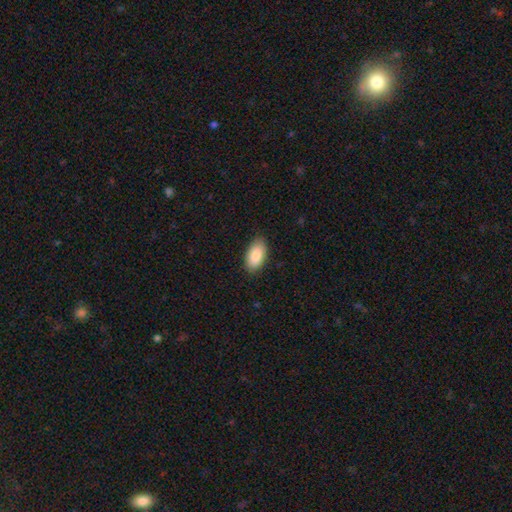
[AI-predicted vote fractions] Smooth or featured?
  - smooth: 88% *
  - featured or disk: 6%
  - star or artifact: 6%
How rounded?
  - in between: 95% *
  - cigar-shaped: 3%
  - round: 3%
Merging?
  - none: 86% *
  - minor disturbance: 11%
  - major disturbance: 2%
  - merger: 1%